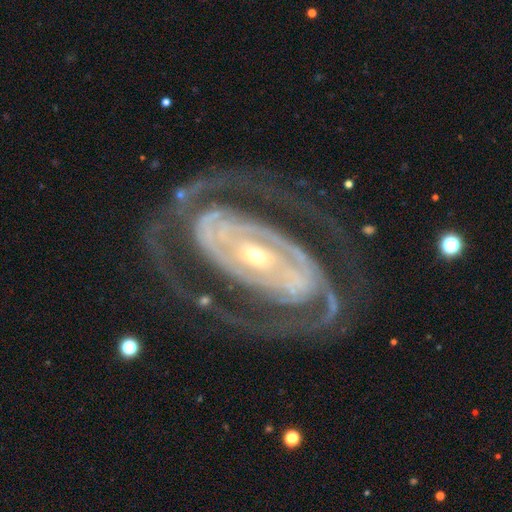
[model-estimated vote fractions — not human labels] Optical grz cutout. It shows a featured or disk galaxy (89%) with a strong bar (42%), 2 (71%) tight (57%) spiral arms (89%) and a small central bulge (67%). Merging: none (72%).